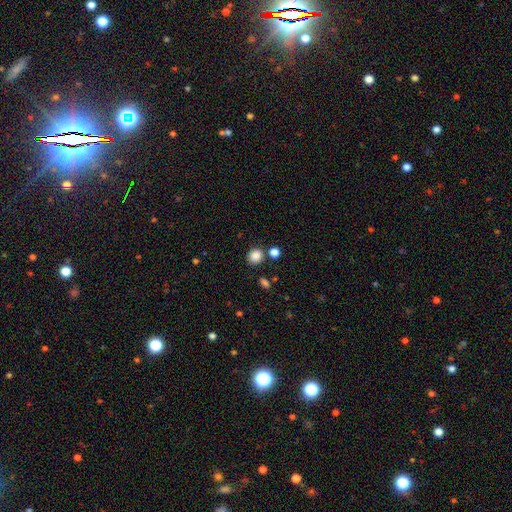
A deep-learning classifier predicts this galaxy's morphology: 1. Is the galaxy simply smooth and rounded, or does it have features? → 85% smooth, 11% star or artifact, 4% featured or disk.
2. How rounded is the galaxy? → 78% round, 21% in between, 1% cigar-shaped.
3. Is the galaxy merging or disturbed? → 79% none, 10% minor disturbance, 8% merger, 3% major disturbance.